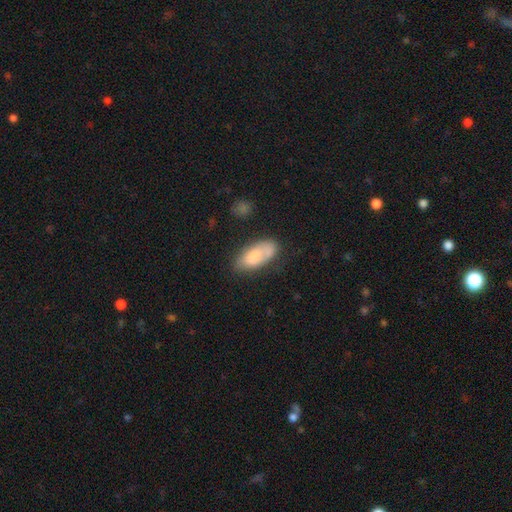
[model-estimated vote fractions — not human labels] smooth_or_featured: smooth (p=0.76) [alt: featured or disk p=0.17]
how_rounded: in between (p=0.88) [alt: cigar-shaped p=0.10]
merging: none (p=0.60) [alt: minor disturbance p=0.23]